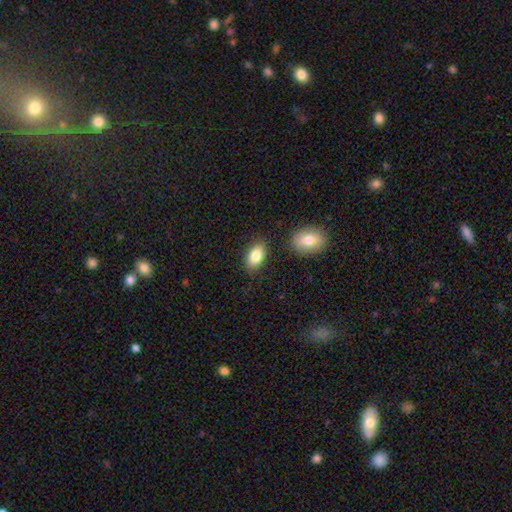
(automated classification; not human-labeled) The model was most divided on "merging": none: 83%, minor disturbance: 10%, merger: 5%, major disturbance: 2%. More confident: how rounded — in between (92%); smooth or featured — smooth (84%).